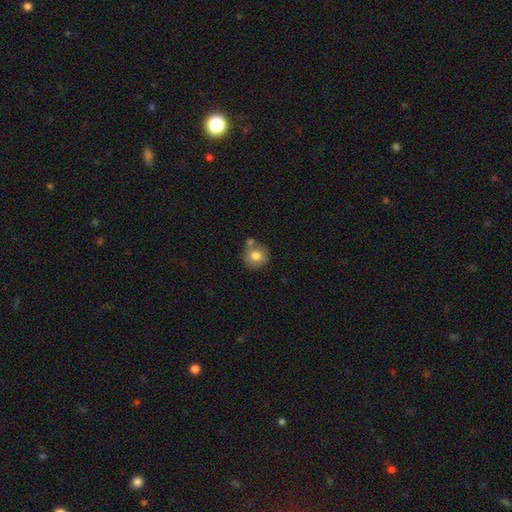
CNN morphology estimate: smooth 77%, featured or disk 15%, star or artifact 8%. Down the decision tree: how rounded — round (88%); merging — none (58%).